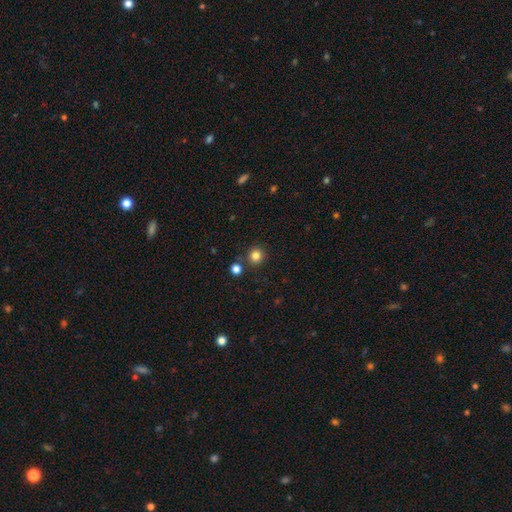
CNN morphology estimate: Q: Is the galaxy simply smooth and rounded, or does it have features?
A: smooth — 83%.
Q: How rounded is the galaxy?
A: round — 93%.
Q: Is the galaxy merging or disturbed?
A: none — 83%.